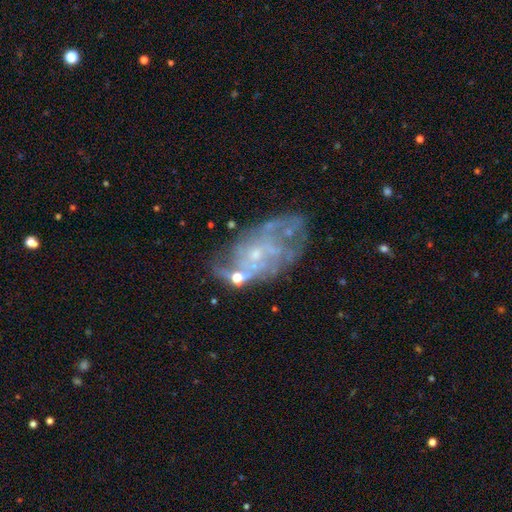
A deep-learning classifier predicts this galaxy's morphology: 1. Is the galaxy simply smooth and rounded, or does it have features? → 77% featured or disk, 14% smooth, 10% star or artifact.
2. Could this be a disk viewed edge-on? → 96% no, 4% yes.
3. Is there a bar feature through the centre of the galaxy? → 76% no, 20% weak, 4% strong.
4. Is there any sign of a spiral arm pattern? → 70% yes, 30% no.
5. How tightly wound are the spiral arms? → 41% tight, 37% medium, 22% loose.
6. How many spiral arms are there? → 50% can't tell, 14% 2, 13% 3, 11% 4, 6% more than 4, 5% 1.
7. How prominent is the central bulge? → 72% small, 13% none, 13% moderate, 1% large, 1% dominant.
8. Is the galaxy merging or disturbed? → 56% none, 21% minor disturbance, 15% major disturbance, 8% merger.